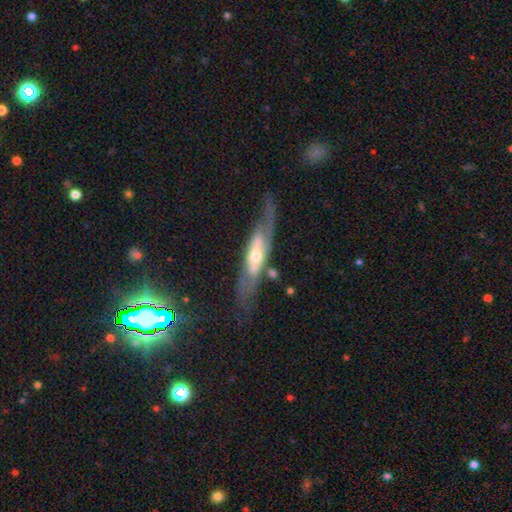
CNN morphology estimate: Smooth or featured? featured or disk (77%)
Edge-on disk? no (56%)
Merging? none (60%)